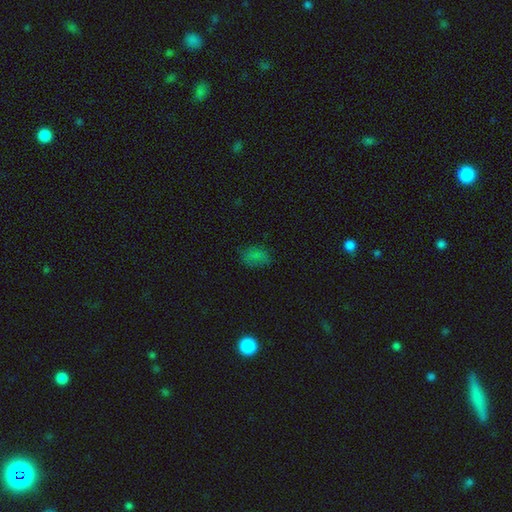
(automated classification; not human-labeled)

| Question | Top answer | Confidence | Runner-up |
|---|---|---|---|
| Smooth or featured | smooth | 71% | star or artifact (21%) |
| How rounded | in between | 84% | round (14%) |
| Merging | none | 63% | minor disturbance (25%) |